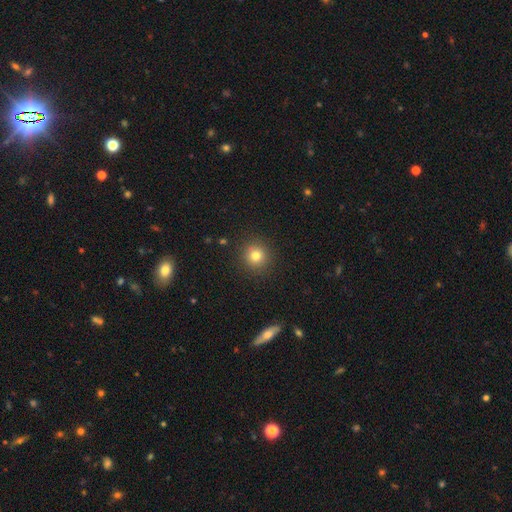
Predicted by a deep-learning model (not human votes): smooth-or-featured: smooth: 79% | star or artifact: 14% | featured or disk: 7%
  how-rounded: round: 94% | in between: 5% | cigar-shaped: 1%
  merging: none: 90% | minor disturbance: 6% | major disturbance: 2% | merger: 1%